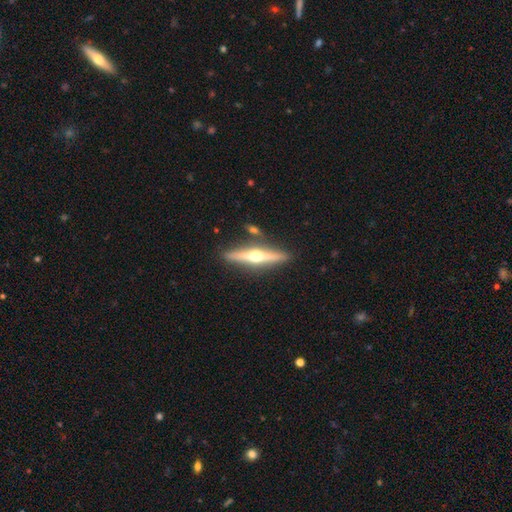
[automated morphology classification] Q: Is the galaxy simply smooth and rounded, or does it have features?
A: featured or disk — 72%.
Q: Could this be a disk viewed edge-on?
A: yes — 97%.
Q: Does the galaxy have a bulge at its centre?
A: rounded — 95%.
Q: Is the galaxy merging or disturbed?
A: none — 84%.